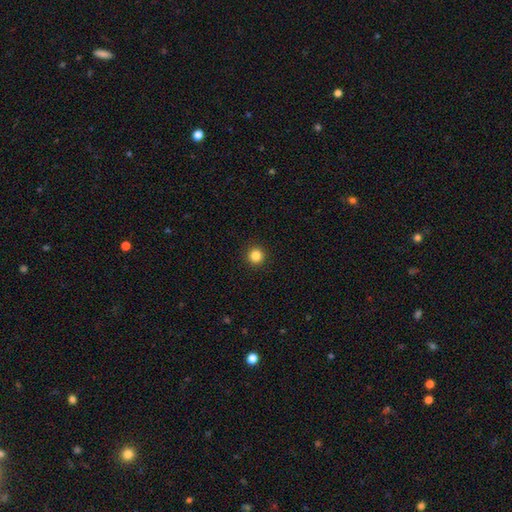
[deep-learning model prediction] smooth-or-featured: smooth: 84% | star or artifact: 12% | featured or disk: 4%
  how-rounded: round: 96% | in between: 3% | cigar-shaped: 1%
  merging: none: 93% | minor disturbance: 4% | major disturbance: 2% | merger: 1%